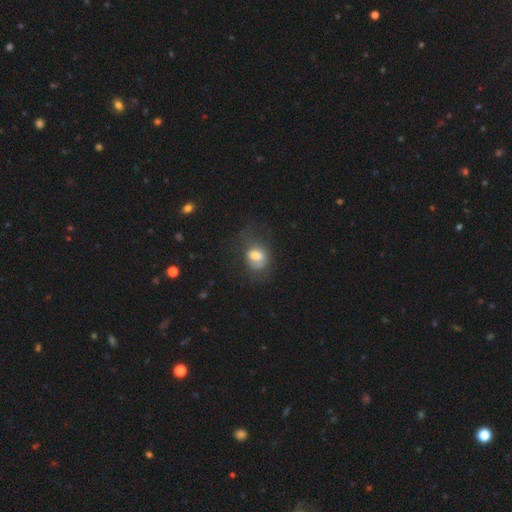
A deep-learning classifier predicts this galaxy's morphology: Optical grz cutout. It shows a smooth galaxy with no disk features (67%) that is in between round and cigar-shaped (51%). Merging: none (45%).